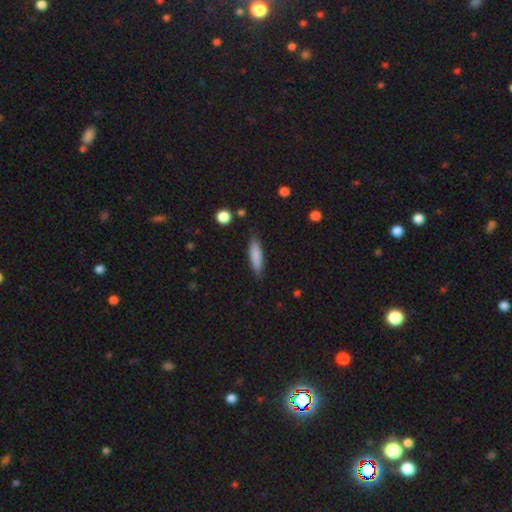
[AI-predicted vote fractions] Smooth or featured?
  - smooth: 84% *
  - featured or disk: 10%
  - star or artifact: 6%
How rounded?
  - cigar-shaped: 68% *
  - in between: 31%
  - round: 2%
Merging?
  - none: 85% *
  - minor disturbance: 11%
  - major disturbance: 2%
  - merger: 1%